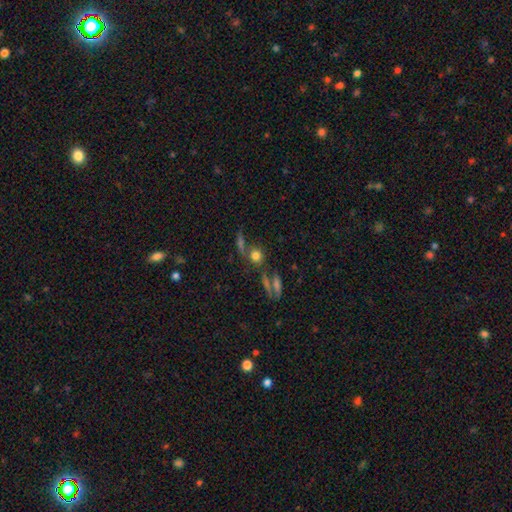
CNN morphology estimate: Smooth or featured? Predicted: smooth (p=0.71). How rounded? Predicted: round (p=0.77). Merging? Predicted: none (p=0.53).